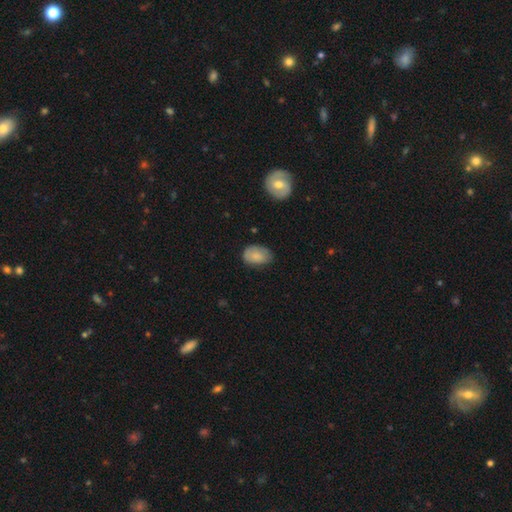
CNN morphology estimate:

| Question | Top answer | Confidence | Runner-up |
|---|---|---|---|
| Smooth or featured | smooth | 80% | featured or disk (13%) |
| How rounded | in between | 86% | round (13%) |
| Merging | none | 65% | minor disturbance (27%) |